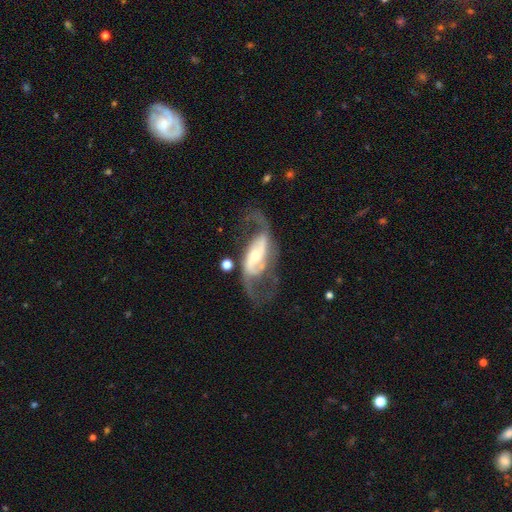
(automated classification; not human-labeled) smooth-or-featured: featured or disk: 85% | smooth: 9% | star or artifact: 5%
  disk-edge-on: no: 94% | yes: 6%
    bar: strong: 36% | no: 33% | weak: 32%
    has-spiral-arms: yes: 92% | no: 8%
      spiral-winding: loose: 54% | medium: 36% | tight: 10%
      spiral-arm-count: 2: 87% | can't tell: 5% | 1: 3% | 3: 2% | 4: 1% | more than 4: 1%
    bulge-size: small: 55% | moderate: 36% | large: 5% | none: 2% | dominant: 2%
  merging: none: 50% | major disturbance: 28% | minor disturbance: 17% | merger: 5%